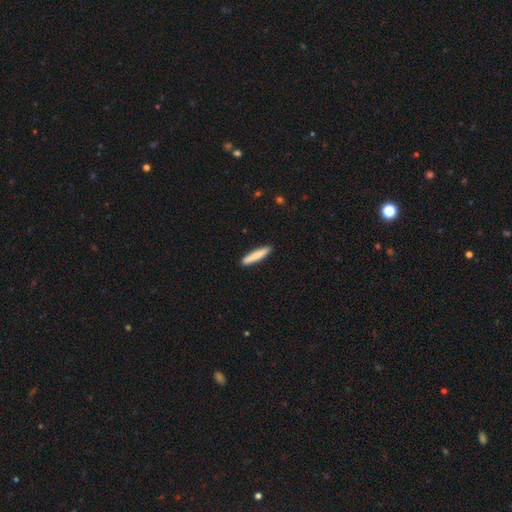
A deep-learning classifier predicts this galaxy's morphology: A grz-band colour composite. It shows a smooth galaxy with no disk features (83%) that is cigar-shaped (91%). Merging: none (91%).